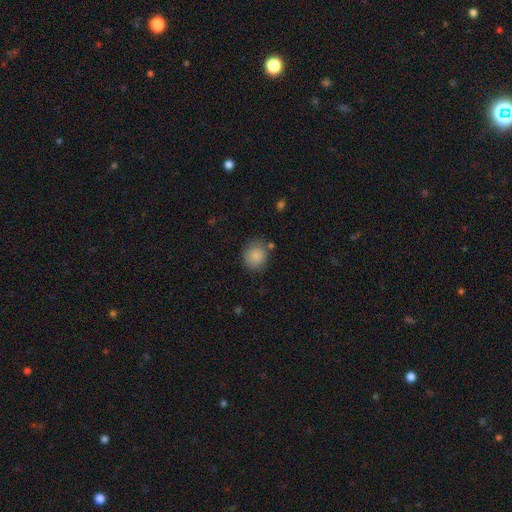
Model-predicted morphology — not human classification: smooth 86%, star or artifact 8%, featured or disk 6%. Down the decision tree: how rounded — round (78%); merging — none (75%).